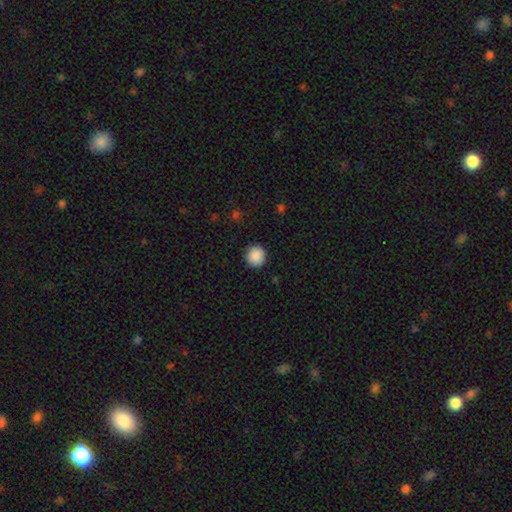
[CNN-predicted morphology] A smooth galaxy with no disk features (89%) that is round (94%).

Vote fractions:
- Smooth or featured? smooth: 89% / star or artifact: 8% / featured or disk: 2%
- How rounded? round: 94% / in between: 5% / cigar-shaped: 1%
- Merging? none: 92% / minor disturbance: 5% / major disturbance: 2% / merger: 1%